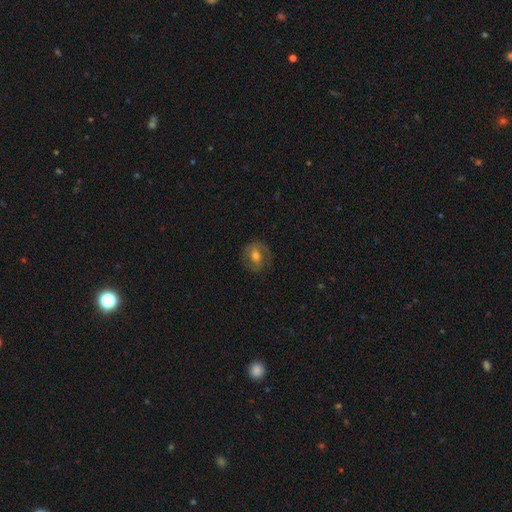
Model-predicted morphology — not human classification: This is possibly a smooth galaxy (46%). Merging: likely none (74%).